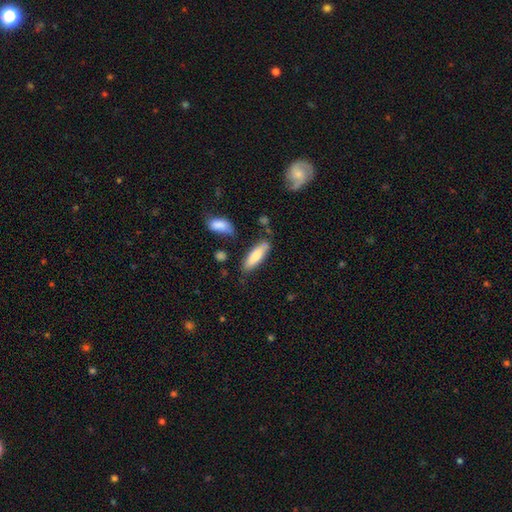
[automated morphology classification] A smooth galaxy with no disk features (78%) that is in between round and cigar-shaped (55%).

Vote fractions:
- Smooth or featured? smooth: 78% / featured or disk: 16% / star or artifact: 6%
- How rounded? in between: 55% / cigar-shaped: 43% / round: 2%
- Merging? none: 69% / minor disturbance: 20% / merger: 6% / major disturbance: 5%